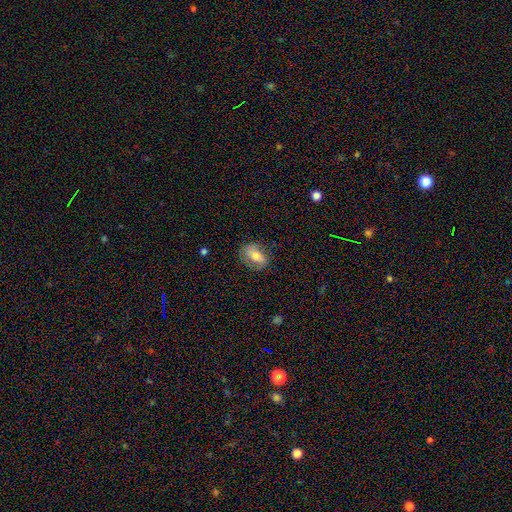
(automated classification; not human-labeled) Overall: smooth (63%; featured or disk 29%). How rounded: in between (81%). Merging: none (76%).